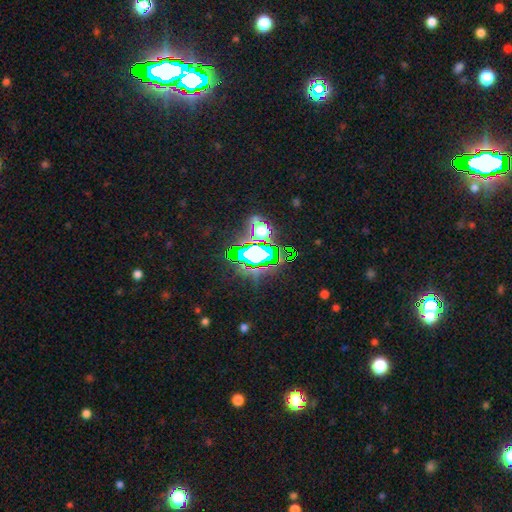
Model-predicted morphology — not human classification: The model was most divided on "smooth or featured": star or artifact: 80%, smooth: 11%, featured or disk: 8%.